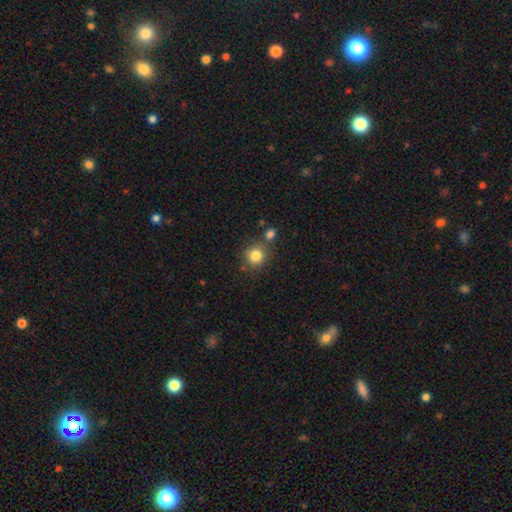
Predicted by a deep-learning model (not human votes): A smooth galaxy with no disk features (82%) that is round (90%).

Vote fractions:
- Smooth or featured? smooth: 82% / star or artifact: 11% / featured or disk: 7%
- How rounded? round: 90% / in between: 9% / cigar-shaped: 1%
- Merging? none: 73% / merger: 14% / minor disturbance: 10% / major disturbance: 3%